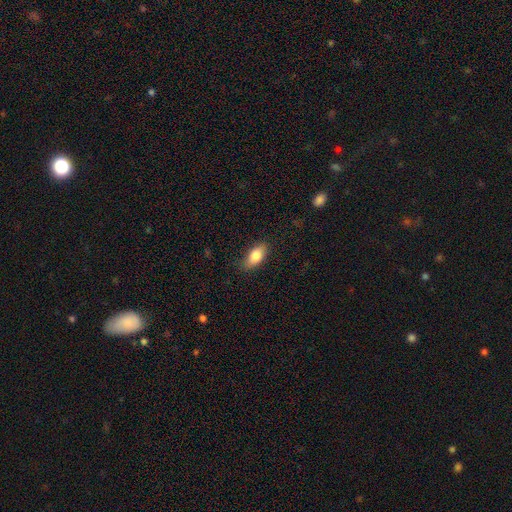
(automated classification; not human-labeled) A smooth galaxy with no disk features (81%) that is in between round and cigar-shaped (87%). Merging: none (82%).